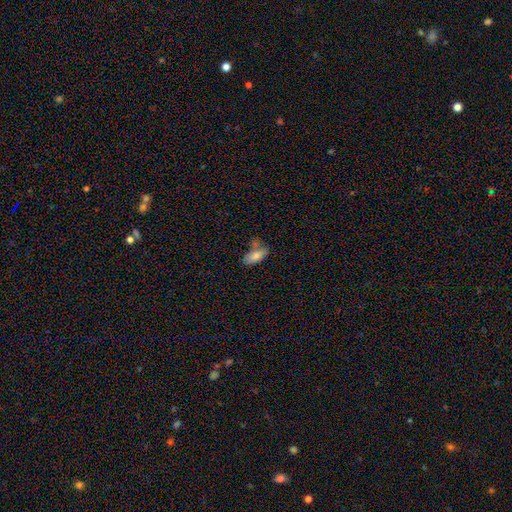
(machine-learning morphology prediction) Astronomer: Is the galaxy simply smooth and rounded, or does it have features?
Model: smooth — 79%.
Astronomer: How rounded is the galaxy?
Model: in between — 85%.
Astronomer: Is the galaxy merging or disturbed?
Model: none — 53%.